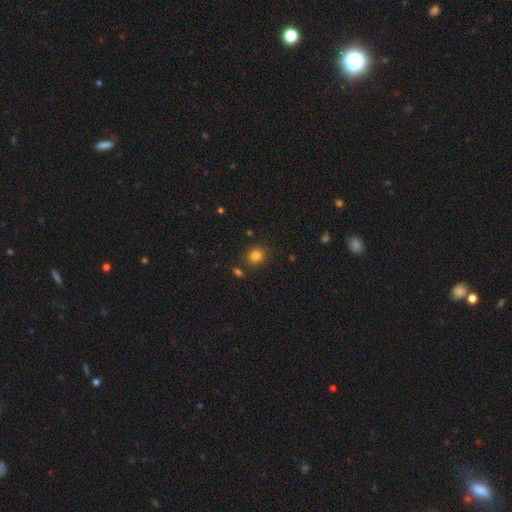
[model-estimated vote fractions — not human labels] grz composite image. It shows a smooth galaxy with no disk features (82%) that is round (76%). Merging: none (83%).